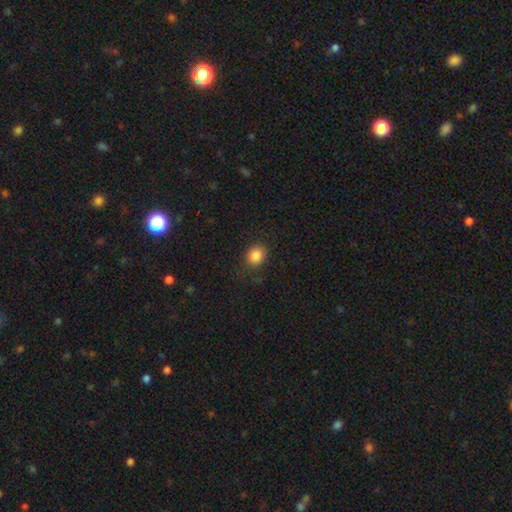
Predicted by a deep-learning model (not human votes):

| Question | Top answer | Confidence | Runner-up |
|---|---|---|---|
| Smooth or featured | smooth | 85% | star or artifact (10%) |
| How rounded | round | 67% | in between (32%) |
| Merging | none | 81% | minor disturbance (13%) |